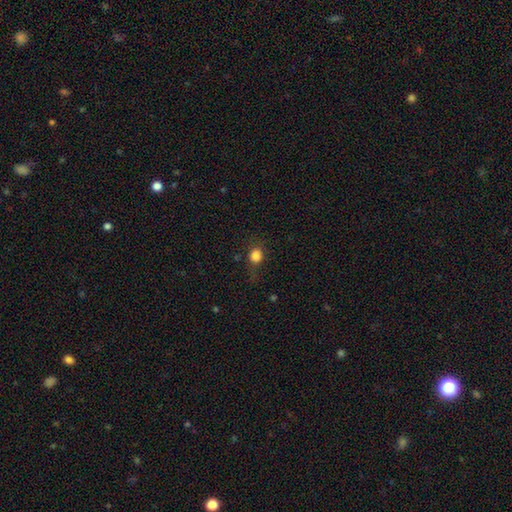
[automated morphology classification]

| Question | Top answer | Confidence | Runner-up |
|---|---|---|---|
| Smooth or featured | smooth | 82% | star or artifact (12%) |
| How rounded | round | 76% | in between (23%) |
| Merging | none | 70% | minor disturbance (19%) |